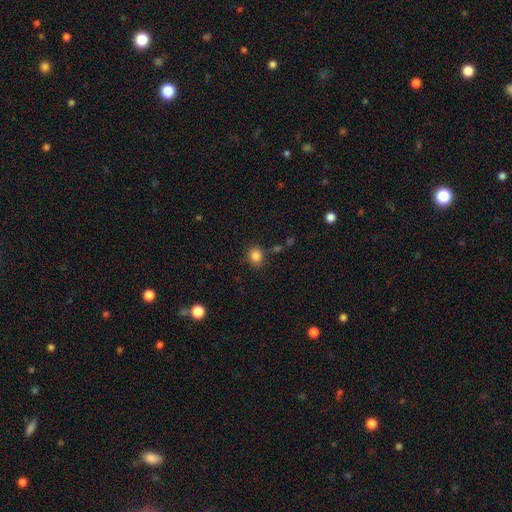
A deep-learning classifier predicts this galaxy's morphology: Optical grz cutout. It shows a smooth galaxy with no disk features (84%) that is round (67%). Merging: none (79%).